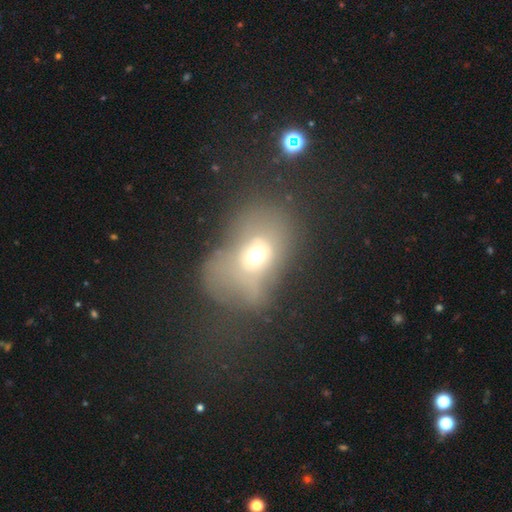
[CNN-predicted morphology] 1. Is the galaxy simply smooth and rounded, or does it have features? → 51% smooth, 34% featured or disk, 14% star or artifact.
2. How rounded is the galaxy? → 65% in between, 33% round, 2% cigar-shaped.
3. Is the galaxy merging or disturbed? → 46% major disturbance, 25% none, 22% minor disturbance, 7% merger.